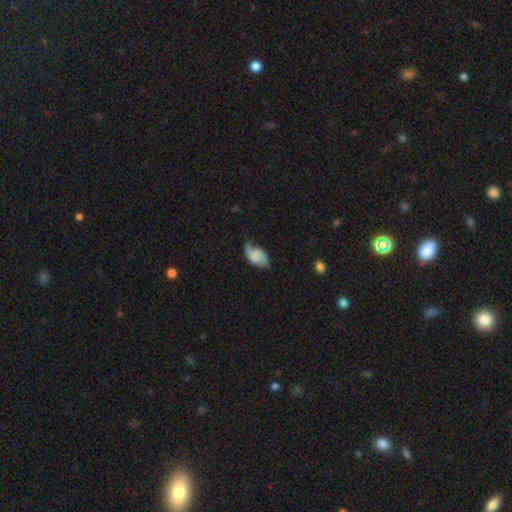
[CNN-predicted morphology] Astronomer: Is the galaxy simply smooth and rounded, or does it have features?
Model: smooth — 50% (runner-up: featured or disk, 42%).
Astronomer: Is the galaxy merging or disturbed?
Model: none — 39%, tied with minor disturbance at 39%.